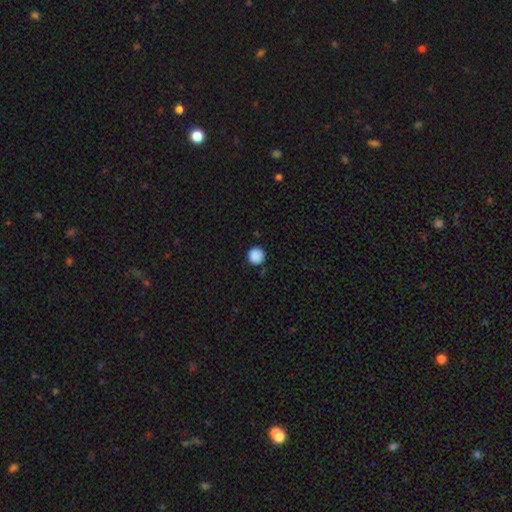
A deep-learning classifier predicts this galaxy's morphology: The model was most divided on "smooth or featured": smooth: 88%, star or artifact: 9%, featured or disk: 2%. More confident: how rounded — round (96%); merging — none (90%).